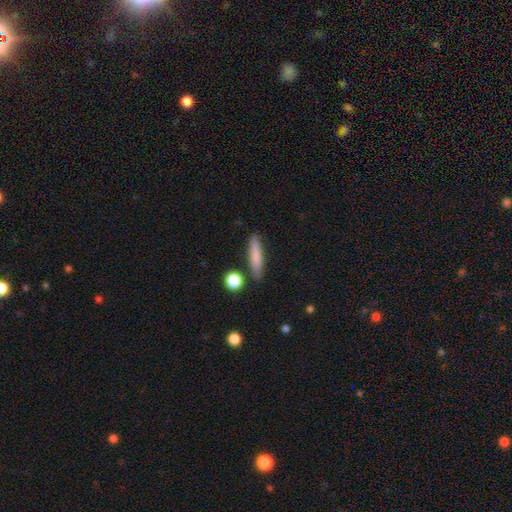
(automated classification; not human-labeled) A smooth galaxy with no disk features (78%) that is cigar-shaped (84%). Merging: none (85%).